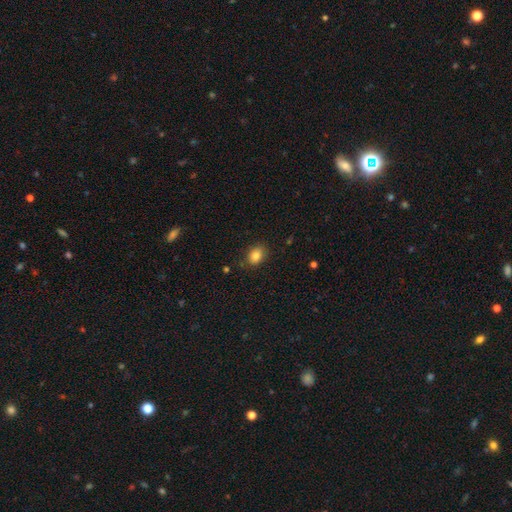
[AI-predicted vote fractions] Smooth or featured? smooth (83%)
How rounded? in between (72%)
Merging? none (83%)